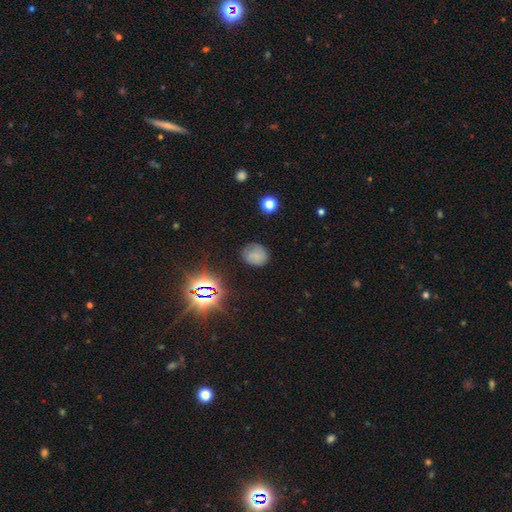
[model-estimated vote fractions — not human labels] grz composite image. It shows a smooth galaxy with no disk features (71%) that is round (65%). Merging: none (76%).